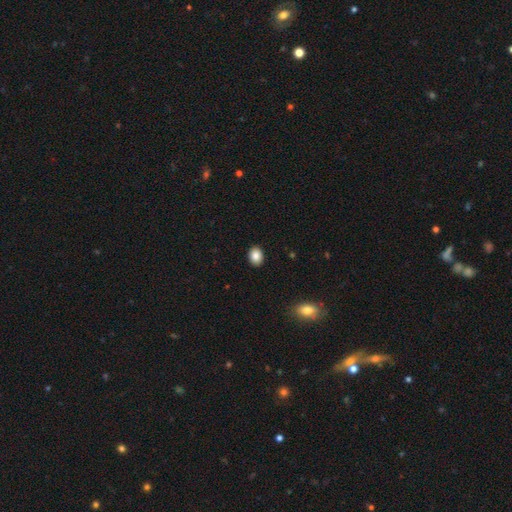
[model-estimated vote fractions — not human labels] This is clearly a smooth galaxy (86%). How rounded: likely in between (65%). Merging: clearly none (91%).